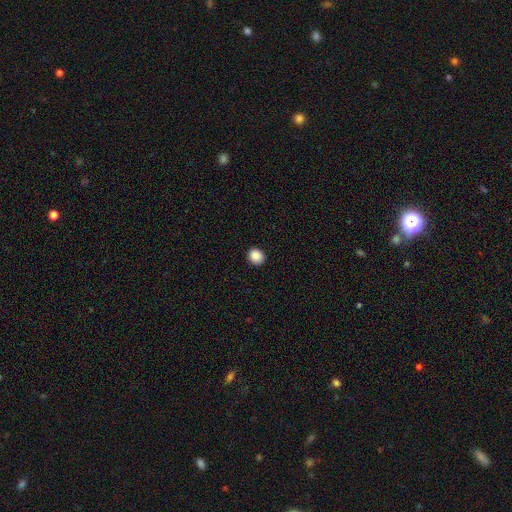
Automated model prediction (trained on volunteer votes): smooth_or_featured: smooth (p=0.88) [alt: star or artifact p=0.09]
how_rounded: round (p=0.77) [alt: in between p=0.22]
merging: none (p=0.92) [alt: minor disturbance p=0.06]